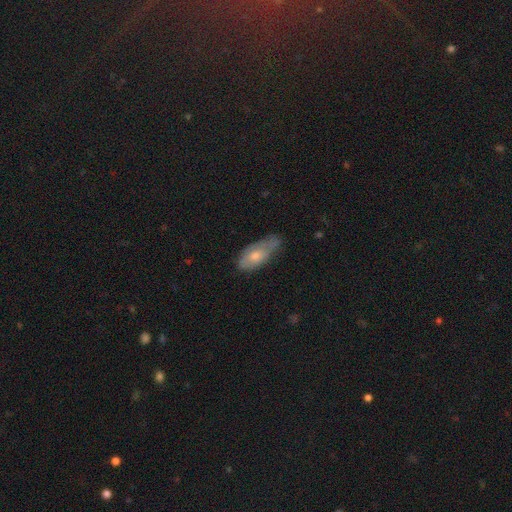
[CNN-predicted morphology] Smooth or featured? smooth (59%)
How rounded? in between (85%)
Merging? minor disturbance (43%)